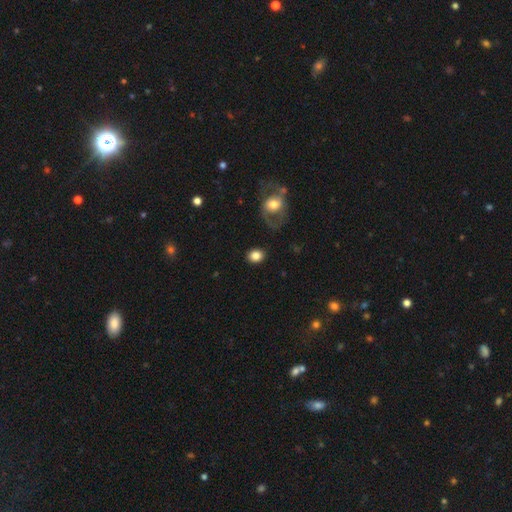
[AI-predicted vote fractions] Morphology: type=smooth (83%); roundness=round (52%); merging=none (85%).